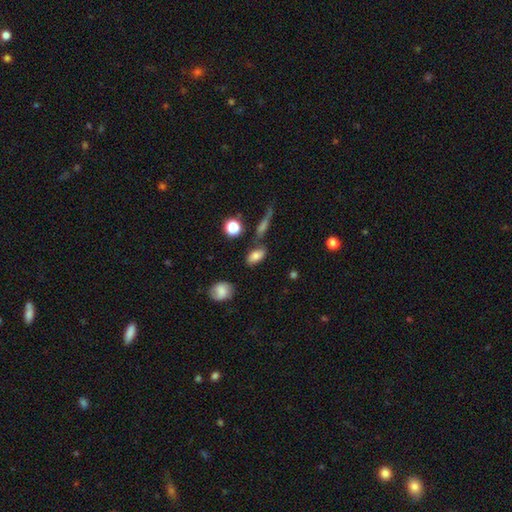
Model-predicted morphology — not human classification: Q: Smooth or featured?
A: smooth (78%); runner-up: featured or disk (12%)
Q: How rounded?
A: in between (86%); runner-up: round (8%)
Q: Merging?
A: none (66%); runner-up: minor disturbance (16%)